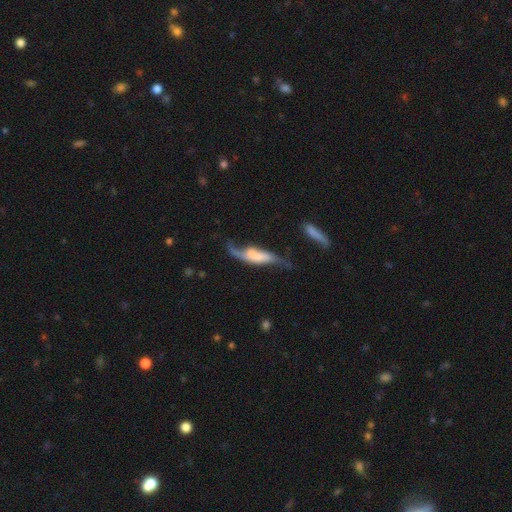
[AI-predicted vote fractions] Q: Smooth or featured?
A: featured or disk (59%); runner-up: smooth (33%)
Q: Edge-on disk?
A: no (63%); runner-up: yes (37%)
Q: Merging?
A: none (34%); runner-up: major disturbance (27%)